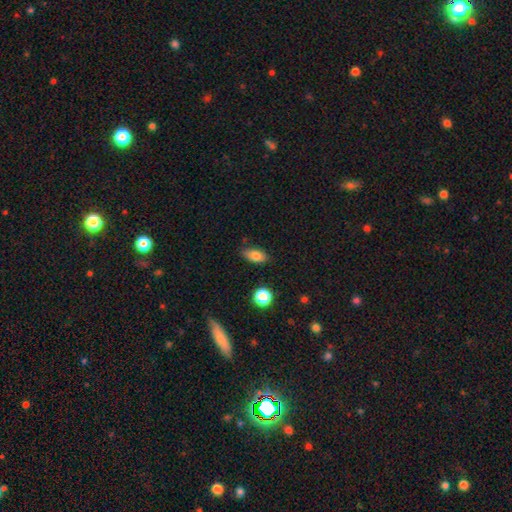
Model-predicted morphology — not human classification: Smooth or featured? smooth (82%)
How rounded? in between (86%)
Merging? none (81%)